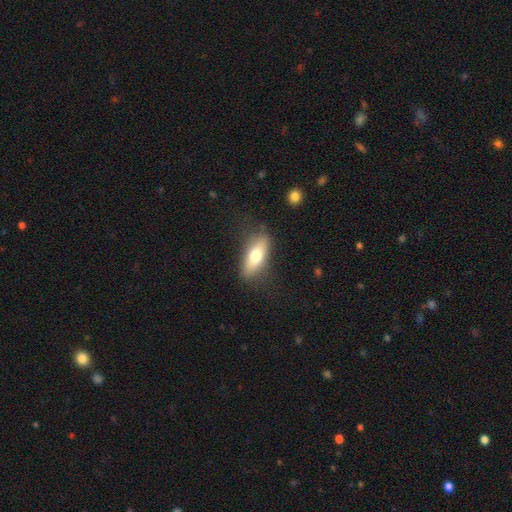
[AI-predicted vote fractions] Smooth or featured? smooth (69%)
How rounded? in between (68%)
Merging? none (77%)